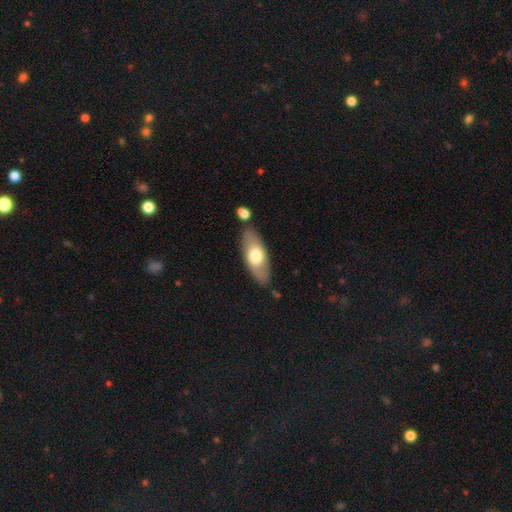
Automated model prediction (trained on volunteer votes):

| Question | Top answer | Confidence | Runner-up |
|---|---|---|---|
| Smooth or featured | smooth | 63% | featured or disk (32%) |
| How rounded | in between | 76% | cigar-shaped (22%) |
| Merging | none | 79% | minor disturbance (12%) |